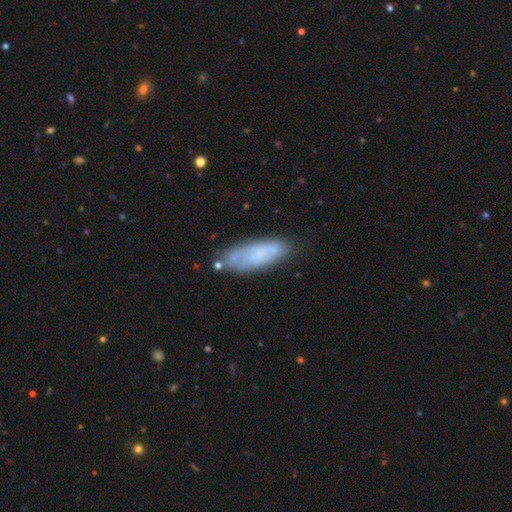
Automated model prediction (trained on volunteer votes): smooth-or-featured: smooth: 59% | featured or disk: 32% | star or artifact: 9%
  how-rounded: in between: 61% | cigar-shaped: 37% | round: 2%
  merging: none: 67% | minor disturbance: 22% | major disturbance: 6% | merger: 5%